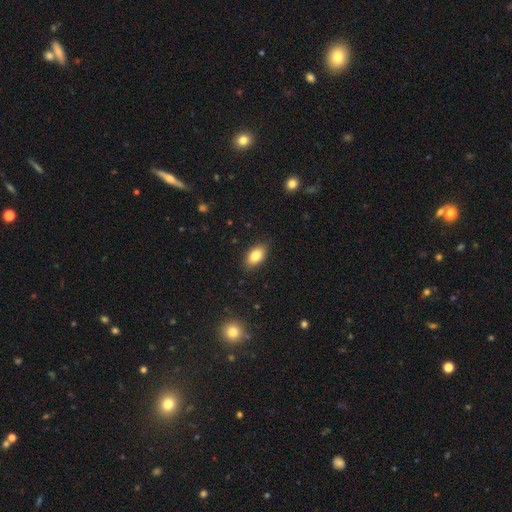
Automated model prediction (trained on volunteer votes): A smooth galaxy with no disk features (82%) that is in between round and cigar-shaped (91%). Merging: none (87%).